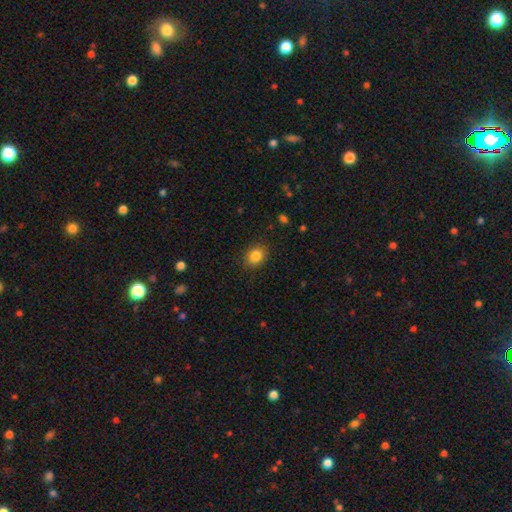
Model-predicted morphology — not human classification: Smooth or featured: smooth — 84% (star or artifact — 10%)
How rounded: round — 54% (in between — 45%)
Merging: none — 87% (minor disturbance — 10%)